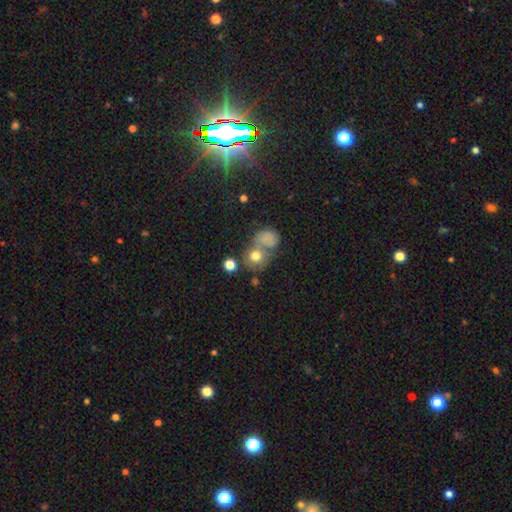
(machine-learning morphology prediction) Smooth or featured?
  - smooth: 69% *
  - featured or disk: 19%
  - star or artifact: 12%
How rounded?
  - round: 75% *
  - in between: 24%
  - cigar-shaped: 1%
Merging?
  - none: 40% *
  - merger: 38%
  - minor disturbance: 13%
  - major disturbance: 9%